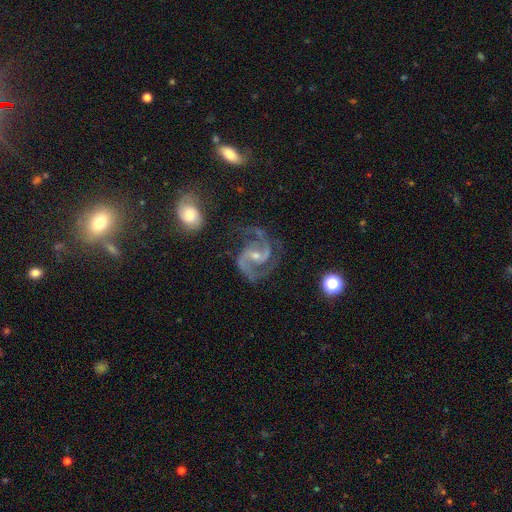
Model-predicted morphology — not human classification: Overall: featured or disk (92%). Edge-on disk: no (98%). Bar: weak (45%; no 32%). Spiral arms: yes (98%). Spiral arm count: 2 (90%). Spiral winding: medium (66%). Bulge size: small (61%; moderate 33%). Merging: none (71%).